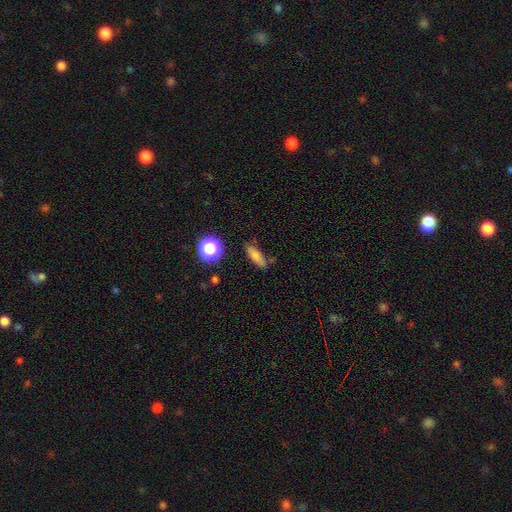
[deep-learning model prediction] This appears to be a smooth galaxy with no disk features (75%) that is in between round and cigar-shaped (54%). Merging: none (71%).